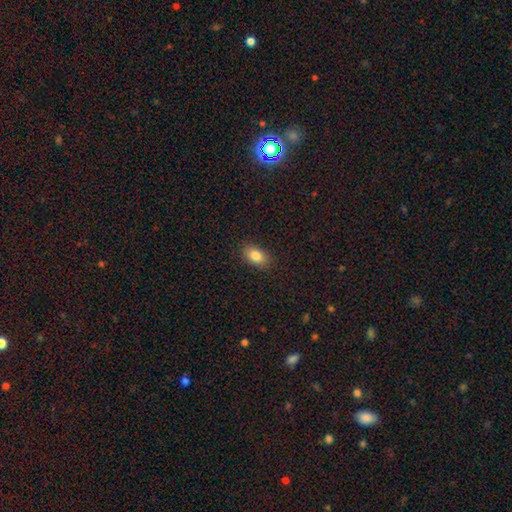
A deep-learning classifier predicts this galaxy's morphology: Smooth or featured: smooth — 84% (star or artifact — 8%)
How rounded: in between — 90% (round — 8%)
Merging: none — 88% (minor disturbance — 9%)